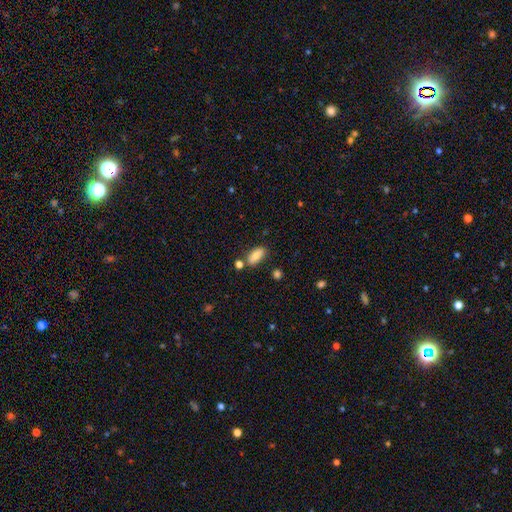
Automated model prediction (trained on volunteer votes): smooth-or-featured: smooth: 85% | star or artifact: 8% | featured or disk: 7%
  how-rounded: in between: 83% | cigar-shaped: 14% | round: 3%
  merging: none: 72% | minor disturbance: 14% | merger: 10% | major disturbance: 4%